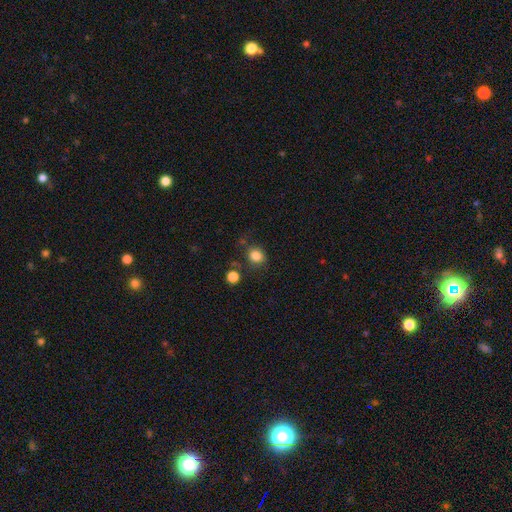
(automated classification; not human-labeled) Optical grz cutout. It shows a smooth galaxy with no disk features (82%) that is round (76%). Merging: none (75%).